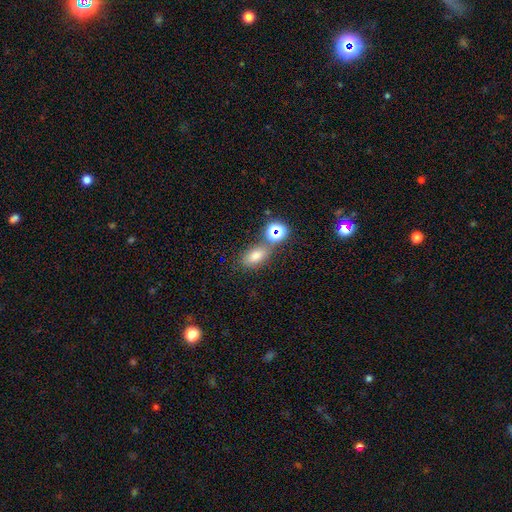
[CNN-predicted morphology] This is likely a smooth galaxy (68%). How rounded: likely in between (79%). Merging: likely none (65%).